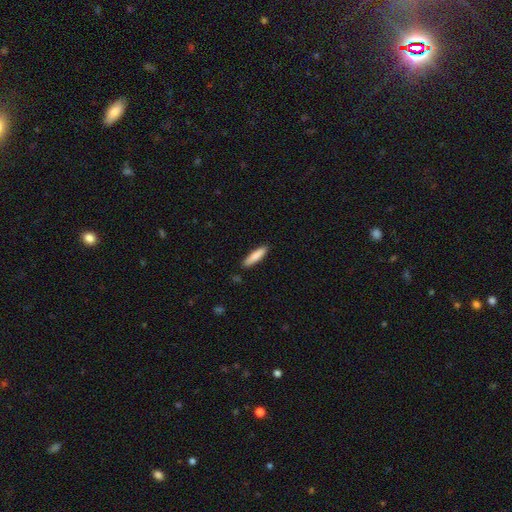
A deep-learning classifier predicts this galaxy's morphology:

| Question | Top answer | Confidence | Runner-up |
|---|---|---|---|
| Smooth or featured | smooth | 83% | featured or disk (11%) |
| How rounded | cigar-shaped | 77% | in between (22%) |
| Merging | none | 87% | minor disturbance (10%) |